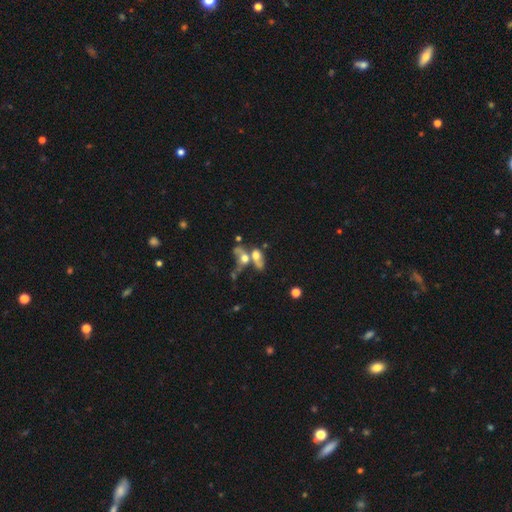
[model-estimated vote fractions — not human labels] Overall: smooth (46%; featured or disk 40%). Merging: merger (67%).